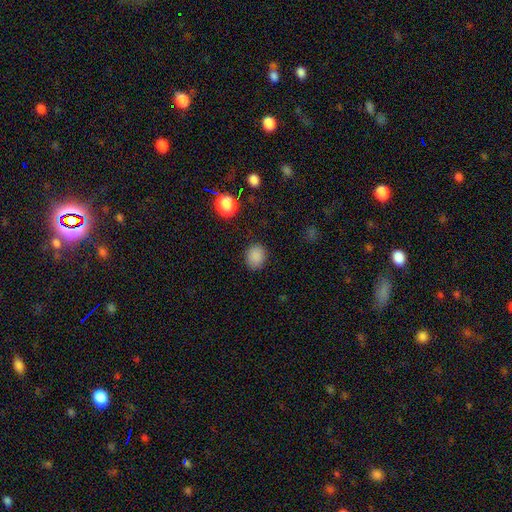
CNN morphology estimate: The model was most divided on "how rounded": round: 57%, in between: 42%, cigar-shaped: 1%. More confident: smooth or featured — smooth (86%); merging — none (85%).